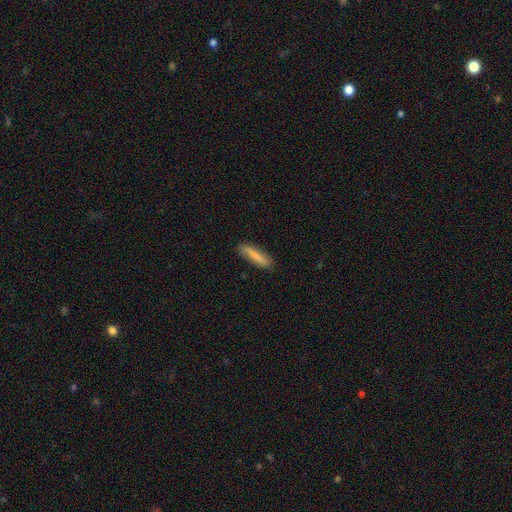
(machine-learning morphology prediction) This appears to be a smooth galaxy with no disk features (76%) that is cigar-shaped (81%). Merging: none (84%).